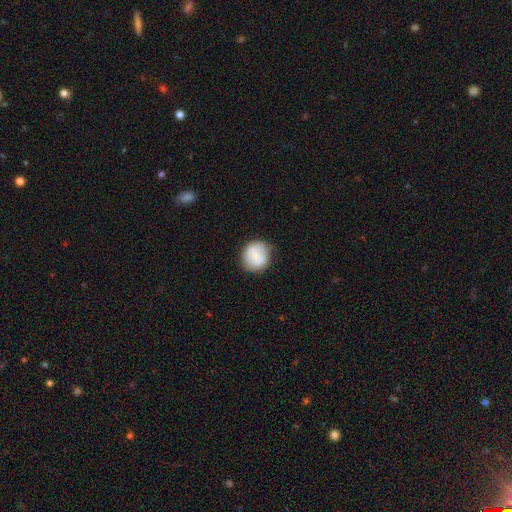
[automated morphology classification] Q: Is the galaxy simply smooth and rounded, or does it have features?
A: smooth — 76%.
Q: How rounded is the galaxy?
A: round — 84%.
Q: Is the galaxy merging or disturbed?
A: none — 79%.